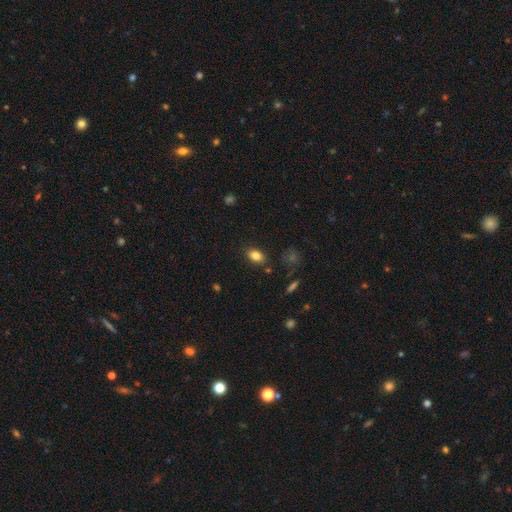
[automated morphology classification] Smooth or featured: smooth — 83% (star or artifact — 10%)
How rounded: in between — 83% (round — 15%)
Merging: none — 85% (minor disturbance — 11%)